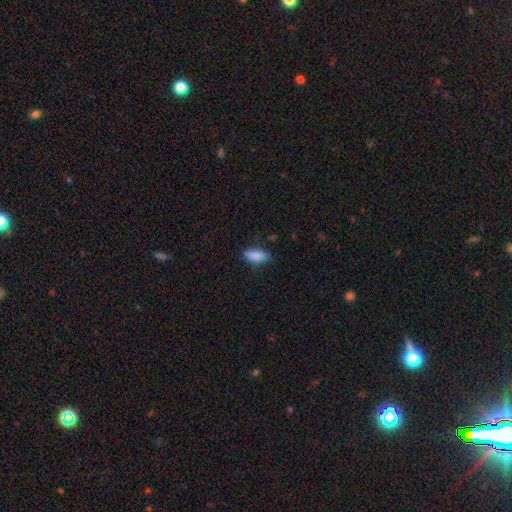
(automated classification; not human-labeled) This appears to be a smooth galaxy with no disk features (87%) that is in between round and cigar-shaped (79%). Merging: none (75%).